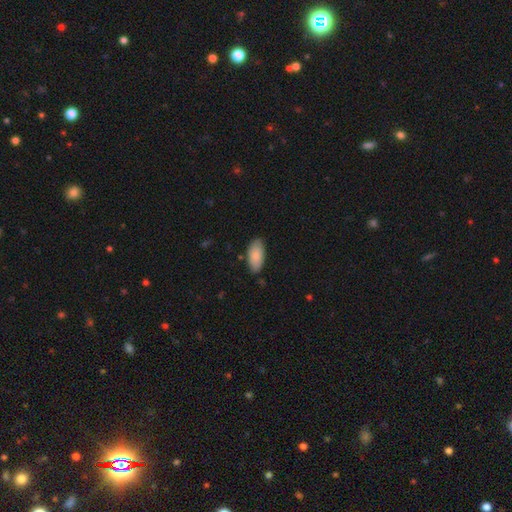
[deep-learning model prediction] A smooth galaxy with no disk features (84%) that is in between round and cigar-shaped (94%).

Vote fractions:
- Smooth or featured? smooth: 84% / featured or disk: 11% / star or artifact: 6%
- How rounded? in between: 94% / cigar-shaped: 5% / round: 2%
- Merging? none: 80% / minor disturbance: 16% / major disturbance: 2% / merger: 2%